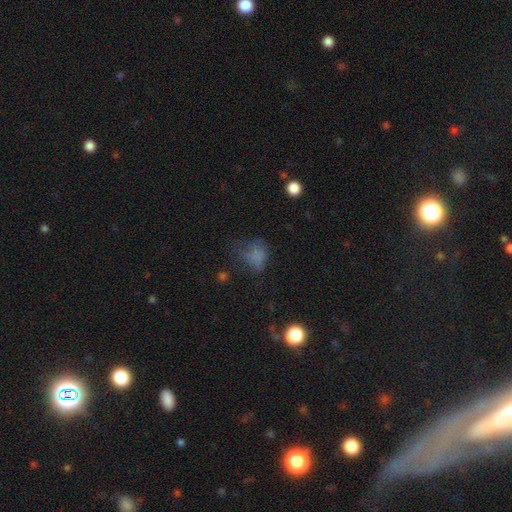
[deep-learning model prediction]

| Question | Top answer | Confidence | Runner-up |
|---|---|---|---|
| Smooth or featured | smooth | 67% | star or artifact (18%) |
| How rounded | in between | 51% | round (48%) |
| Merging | none | 35% | tied: major disturbance (35%) |